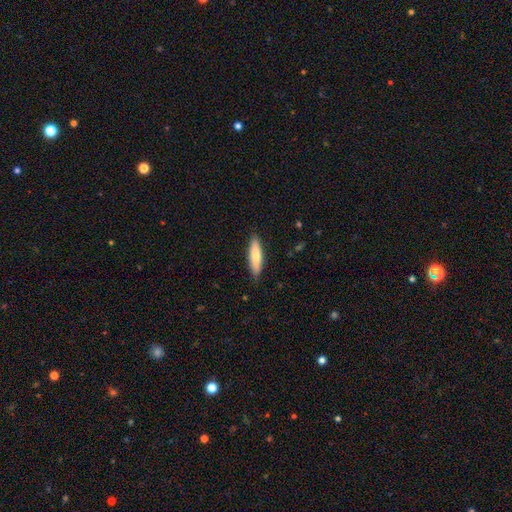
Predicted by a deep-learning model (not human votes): smooth_or_featured: smooth (p=0.73) [alt: featured or disk p=0.22]
how_rounded: cigar-shaped (p=0.68) [alt: in between p=0.30]
merging: none (p=0.87) [alt: minor disturbance p=0.11]